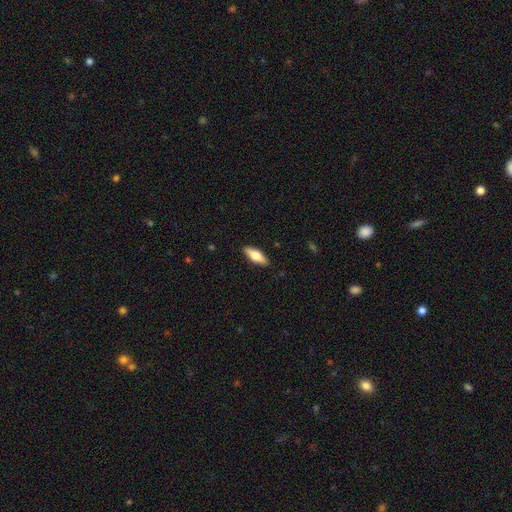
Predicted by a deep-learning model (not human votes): The model was most divided on "smooth or featured": smooth: 59%, featured or disk: 35%, star or artifact: 6%. More confident: merging — none (89%); how rounded — in between (62%).